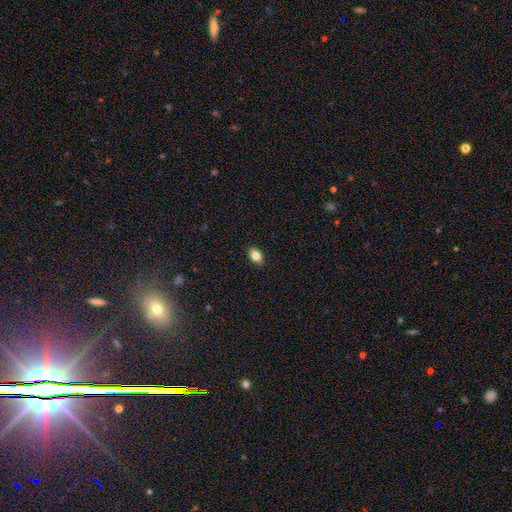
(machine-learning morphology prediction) Smooth or featured? Predicted: smooth (p=0.82). How rounded? Predicted: in between (p=0.89). Merging? Predicted: none (p=0.90).